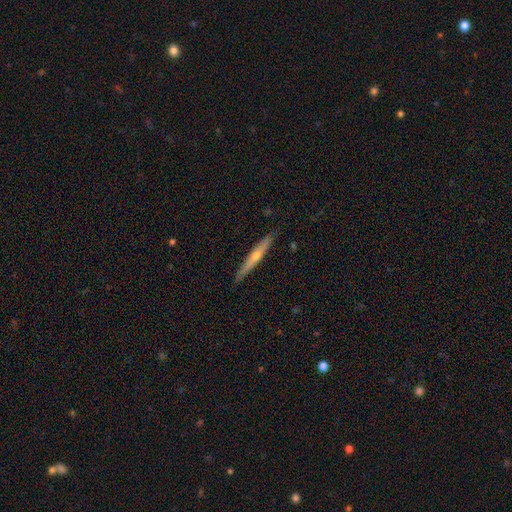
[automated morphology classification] A featured or disk galaxy (58%) viewed edge-on (96%) with a rounded central bulge (74%). Merging: none (89%).